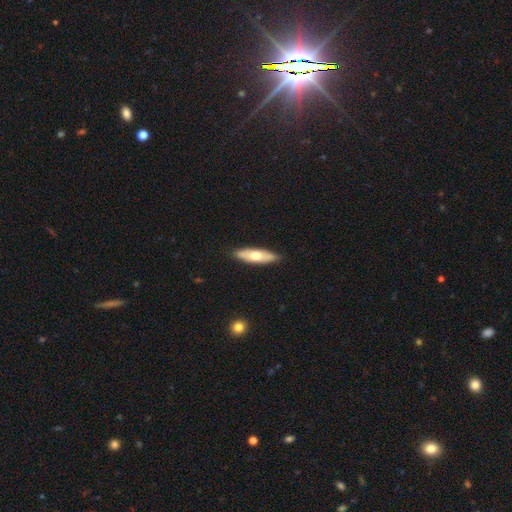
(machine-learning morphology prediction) This is likely a smooth galaxy (61%). How rounded: possibly cigar-shaped (55%). Merging: clearly none (86%).